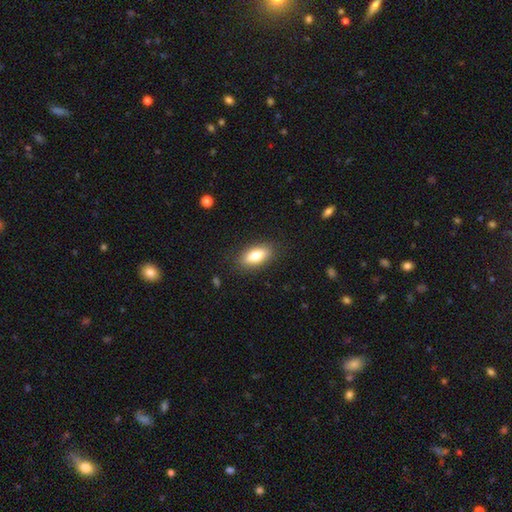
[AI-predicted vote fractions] This is likely a smooth galaxy (78%). How rounded: clearly in between (84%). Merging: clearly none (86%).